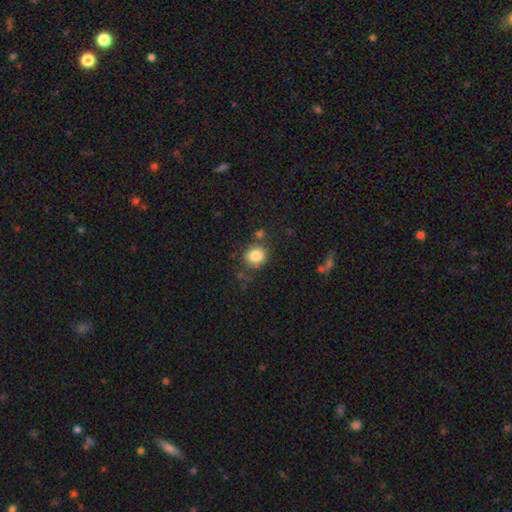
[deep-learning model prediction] Smooth or featured? smooth (84%)
How rounded? round (80%)
Merging? none (72%)